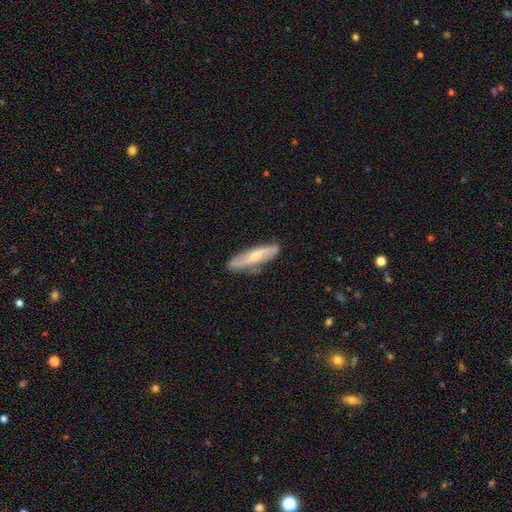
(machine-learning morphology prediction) Smooth or featured? Predicted: featured or disk (p=0.53). Edge-on disk? Predicted: no (p=0.57). Merging? Predicted: none (p=0.77).